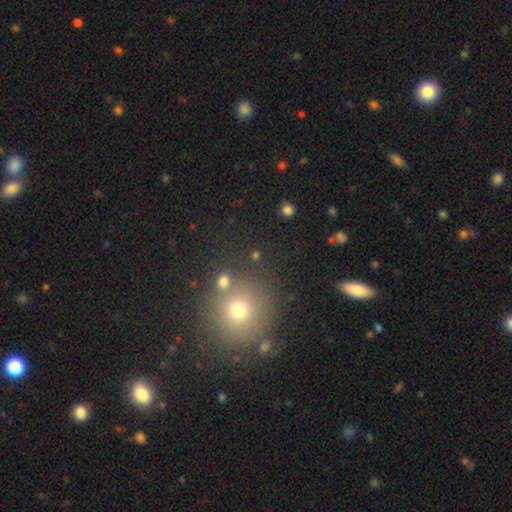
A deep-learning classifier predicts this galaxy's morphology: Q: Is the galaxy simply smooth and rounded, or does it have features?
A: smooth — 63%.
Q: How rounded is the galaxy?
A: round — 88%.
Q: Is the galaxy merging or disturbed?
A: none — 79%.